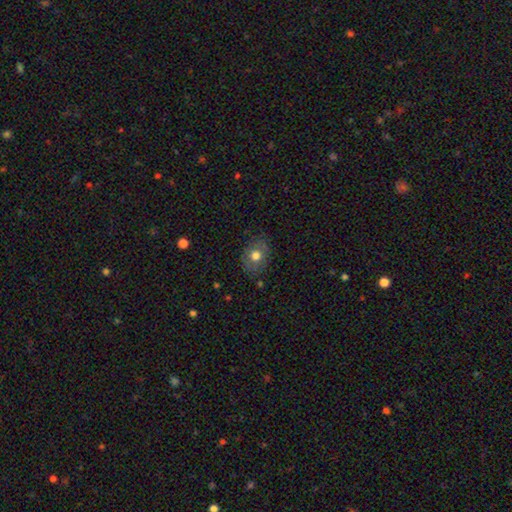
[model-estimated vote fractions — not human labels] Q: Smooth or featured?
A: smooth (68%); runner-up: featured or disk (23%)
Q: How rounded?
A: in between (56%); runner-up: round (43%)
Q: Merging?
A: none (79%); runner-up: minor disturbance (15%)